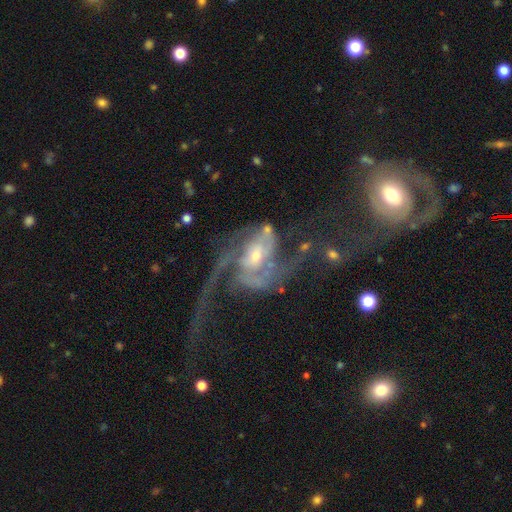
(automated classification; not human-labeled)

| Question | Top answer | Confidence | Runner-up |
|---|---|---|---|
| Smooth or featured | featured or disk | 88% | star or artifact (6%) |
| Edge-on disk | no | 97% | yes (3%) |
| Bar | no | 47% | weak (37%) |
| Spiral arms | yes | 95% | no (5%) |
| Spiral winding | loose | 48% | medium (38%) |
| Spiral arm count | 2 | 66% | 3 (9%) |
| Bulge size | small | 54% | moderate (39%) |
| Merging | major disturbance | 46% | none (28%) |